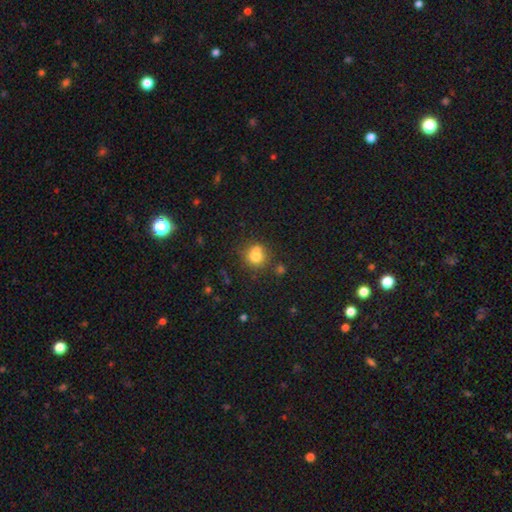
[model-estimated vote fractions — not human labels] smooth-or-featured: smooth: 75% | star or artifact: 13% | featured or disk: 12%
  how-rounded: round: 89% | in between: 10% | cigar-shaped: 1%
  merging: none: 61% | merger: 21% | minor disturbance: 13% | major disturbance: 4%